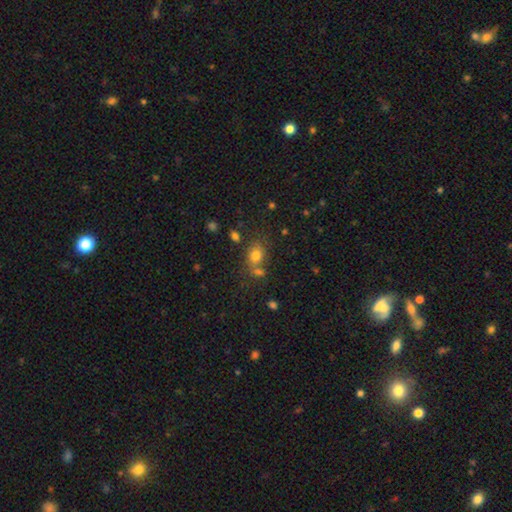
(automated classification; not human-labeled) This is likely a smooth galaxy (76%). How rounded: possibly in between (57%). Merging: possibly none (57%).